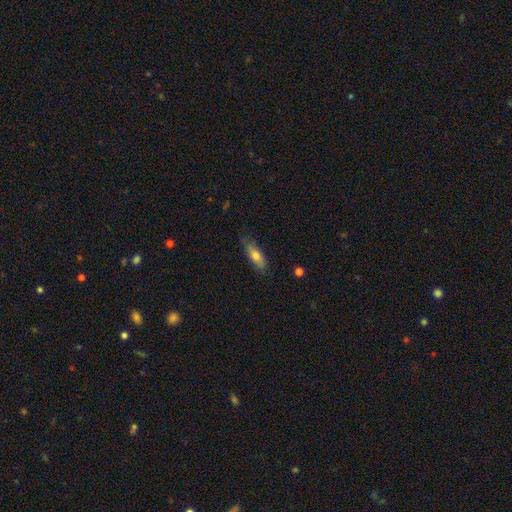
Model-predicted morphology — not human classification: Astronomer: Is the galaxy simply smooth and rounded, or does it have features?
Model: smooth — 70%.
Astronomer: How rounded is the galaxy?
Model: in between — 61%.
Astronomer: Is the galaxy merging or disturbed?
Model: none — 76%.